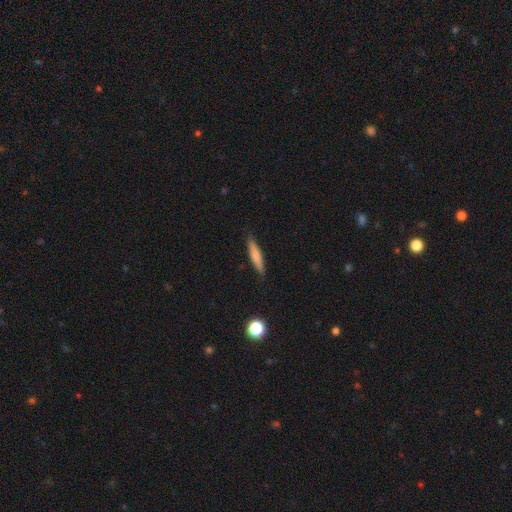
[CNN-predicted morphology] smooth_or_featured: smooth (p=0.72) [alt: featured or disk p=0.21]
how_rounded: cigar-shaped (p=0.88) [alt: in between p=0.11]
merging: none (p=0.88) [alt: minor disturbance p=0.09]